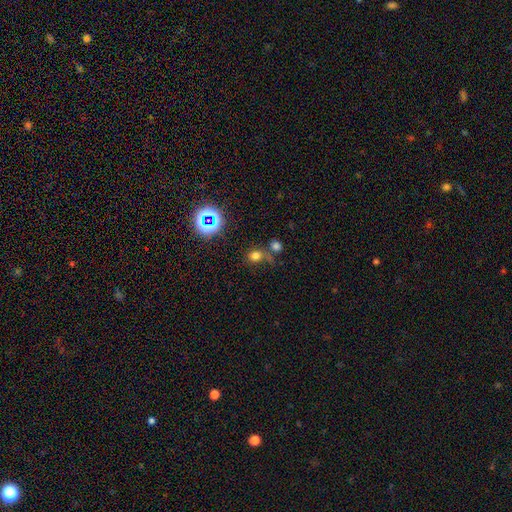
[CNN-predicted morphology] The model was most divided on "merging": none: 55%, merger: 25%, minor disturbance: 12%, major disturbance: 7%. More confident: how rounded — round (70%); smooth or featured — smooth (68%).